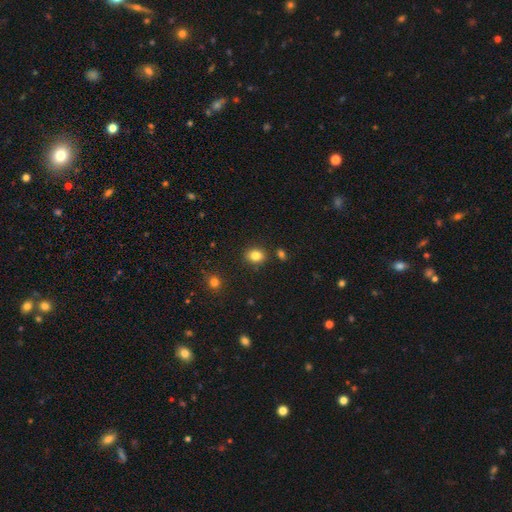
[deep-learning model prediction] A smooth galaxy with no disk features (83%) that is round (62%).

Vote fractions:
- Smooth or featured? smooth: 83% / star or artifact: 11% / featured or disk: 6%
- How rounded? round: 62% / in between: 37% / cigar-shaped: 1%
- Merging? none: 85% / minor disturbance: 8% / merger: 4% / major disturbance: 2%